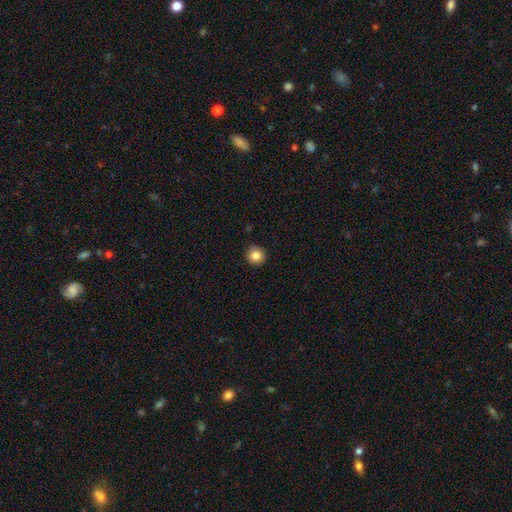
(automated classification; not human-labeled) Smooth or featured?
  - smooth: 85% *
  - star or artifact: 10%
  - featured or disk: 5%
How rounded?
  - round: 94% *
  - in between: 5%
  - cigar-shaped: 1%
Merging?
  - none: 89% *
  - minor disturbance: 8%
  - major disturbance: 2%
  - merger: 1%